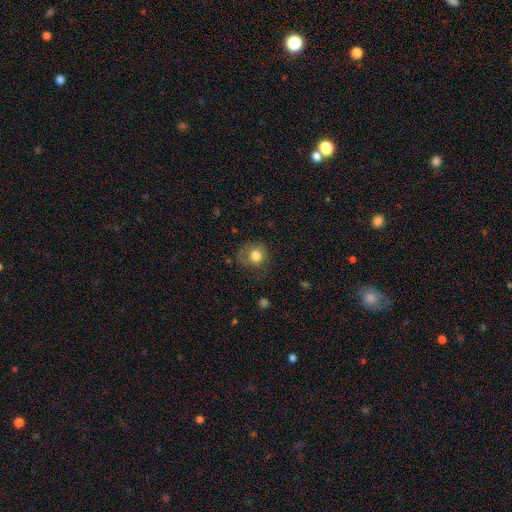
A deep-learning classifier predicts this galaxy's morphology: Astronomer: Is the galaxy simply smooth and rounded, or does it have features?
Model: smooth — 78%.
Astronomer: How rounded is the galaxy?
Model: round — 82%.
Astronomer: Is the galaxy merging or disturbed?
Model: none — 59%.